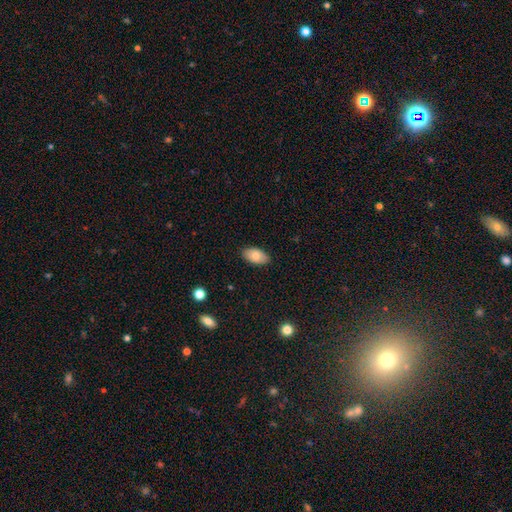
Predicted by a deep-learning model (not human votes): smooth 81%, featured or disk 12%, star or artifact 7%. Down the decision tree: how rounded — in between (94%); merging — none (87%).